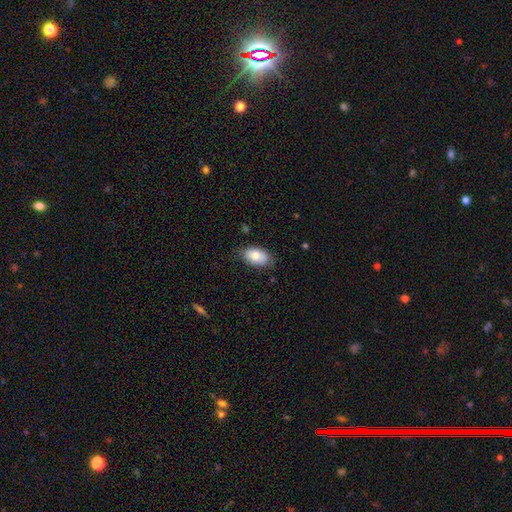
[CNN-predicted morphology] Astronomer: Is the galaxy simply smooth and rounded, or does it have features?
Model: smooth — 79%.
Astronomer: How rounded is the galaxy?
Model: in between — 93%.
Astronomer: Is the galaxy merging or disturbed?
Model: none — 76%.